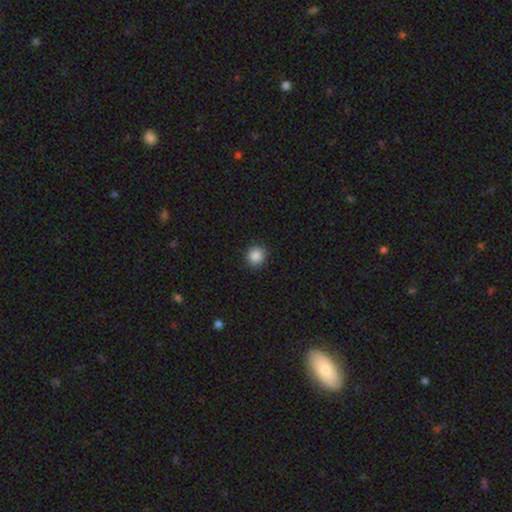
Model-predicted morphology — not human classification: Smooth or featured? smooth (87%)
How rounded? round (91%)
Merging? none (90%)